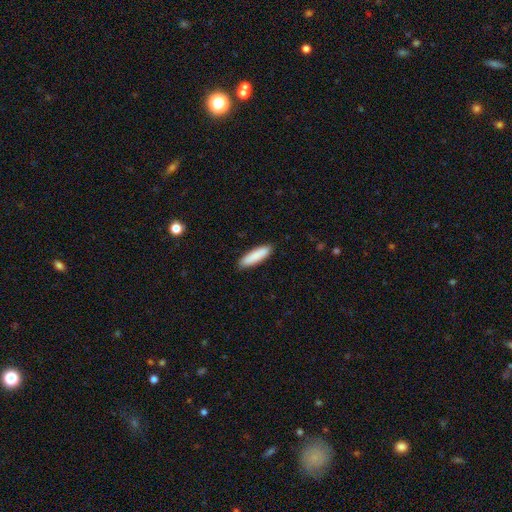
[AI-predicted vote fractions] This is clearly a smooth galaxy (88%). How rounded: likely cigar-shaped (68%). Merging: clearly none (90%).